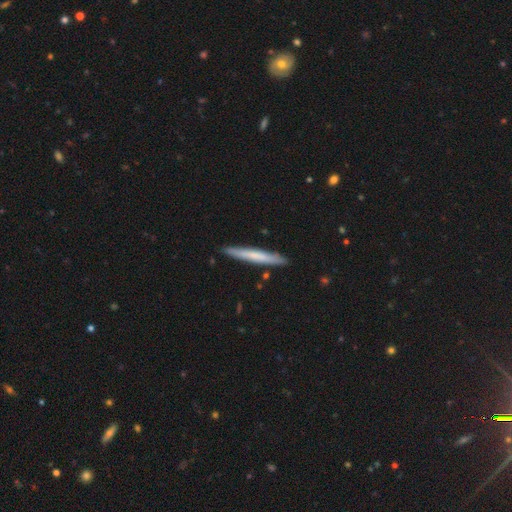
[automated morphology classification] Smooth or featured? Predicted: smooth (p=0.61). How rounded? Predicted: cigar-shaped (p=0.96). Merging? Predicted: none (p=0.90).